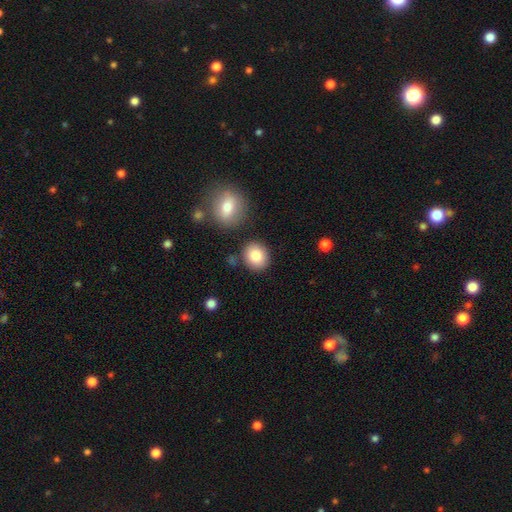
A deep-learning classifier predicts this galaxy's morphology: type=smooth (84%); roundness=round (66%); merging=none (83%).